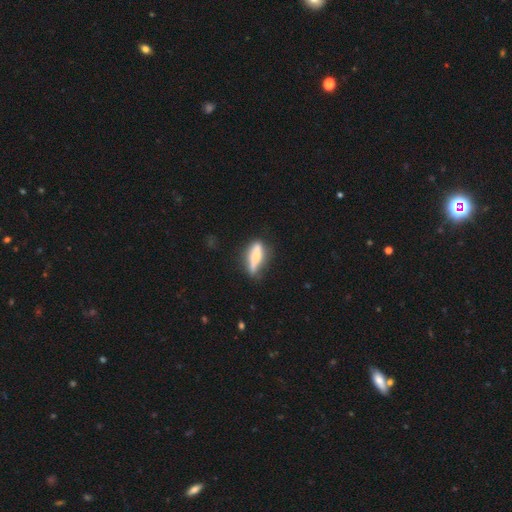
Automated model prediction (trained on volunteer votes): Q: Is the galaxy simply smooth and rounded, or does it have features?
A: smooth — 64%.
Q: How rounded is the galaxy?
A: cigar-shaped — 64%.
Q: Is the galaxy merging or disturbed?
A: none — 53%.